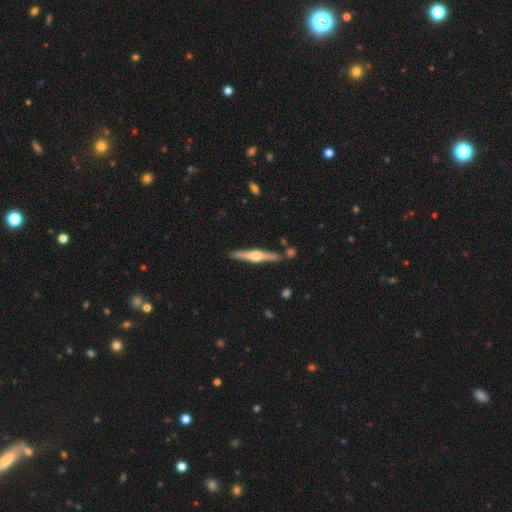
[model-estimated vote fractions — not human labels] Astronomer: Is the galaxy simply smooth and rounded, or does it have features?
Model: featured or disk — 75%.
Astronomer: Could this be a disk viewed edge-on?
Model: yes — 98%.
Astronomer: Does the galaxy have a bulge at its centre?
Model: rounded — 93%.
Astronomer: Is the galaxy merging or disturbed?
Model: none — 85%.